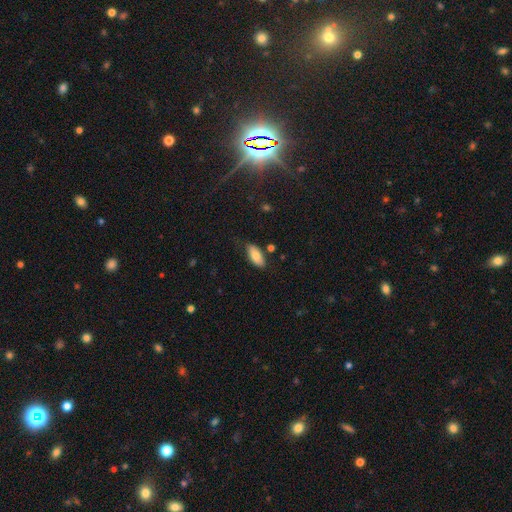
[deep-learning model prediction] The model was most divided on "merging": none: 75%, minor disturbance: 18%, major disturbance: 4%, merger: 4%. More confident: how rounded — in between (88%); smooth or featured — smooth (80%).